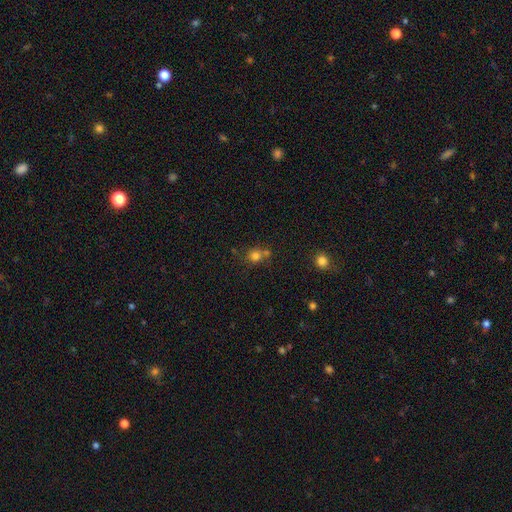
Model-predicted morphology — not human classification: type=smooth (77%); roundness=round (86%); merging=none (55%).